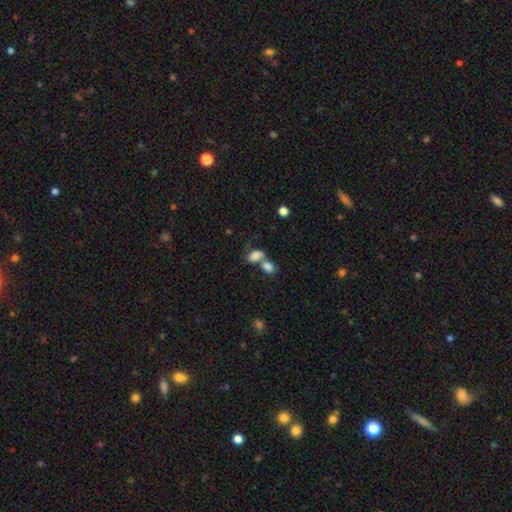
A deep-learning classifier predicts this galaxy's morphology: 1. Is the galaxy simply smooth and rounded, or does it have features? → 76% smooth, 14% featured or disk, 10% star or artifact.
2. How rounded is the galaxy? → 81% in between, 17% round, 2% cigar-shaped.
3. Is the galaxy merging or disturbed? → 66% merger, 19% none, 8% minor disturbance, 7% major disturbance.